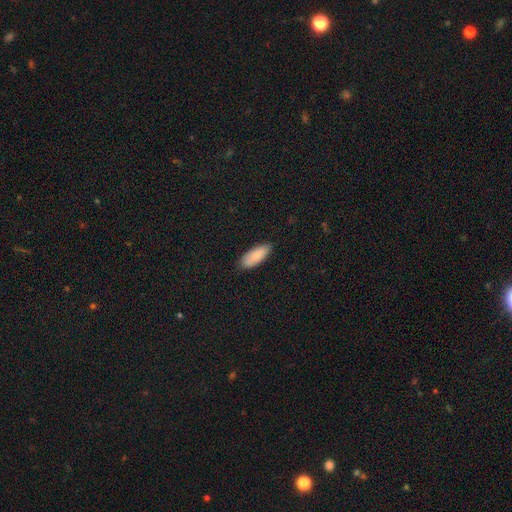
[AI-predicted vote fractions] This appears to be a smooth galaxy with no disk features (86%) that is in between round and cigar-shaped (80%). Merging: none (82%).